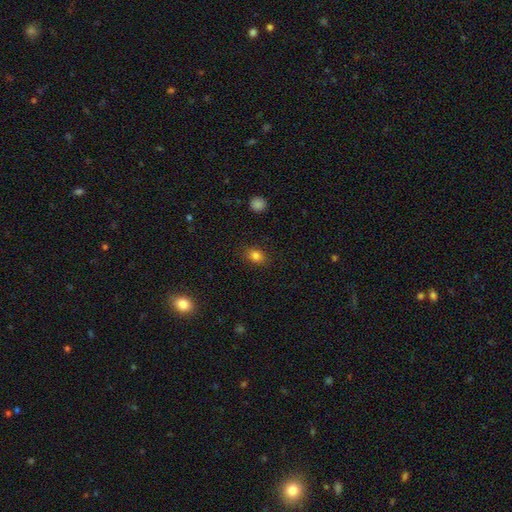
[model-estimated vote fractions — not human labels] smooth-or-featured: smooth: 83% | star or artifact: 11% | featured or disk: 5%
  how-rounded: in between: 66% | round: 33% | cigar-shaped: 1%
  merging: none: 86% | minor disturbance: 10% | major disturbance: 3% | merger: 1%